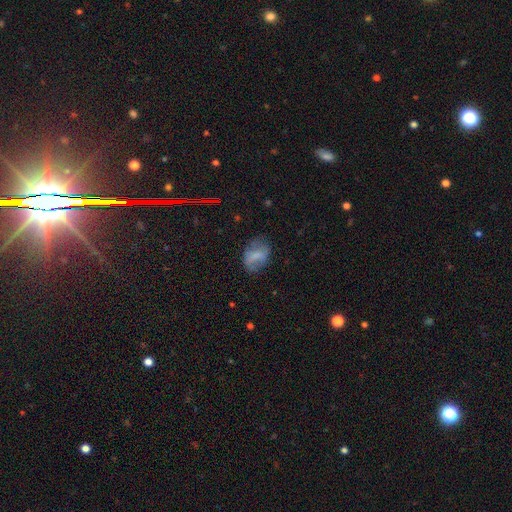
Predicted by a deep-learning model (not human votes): This appears to be a smooth galaxy with no disk features (61%) that is in between round and cigar-shaped (80%). Merging: none (61%).